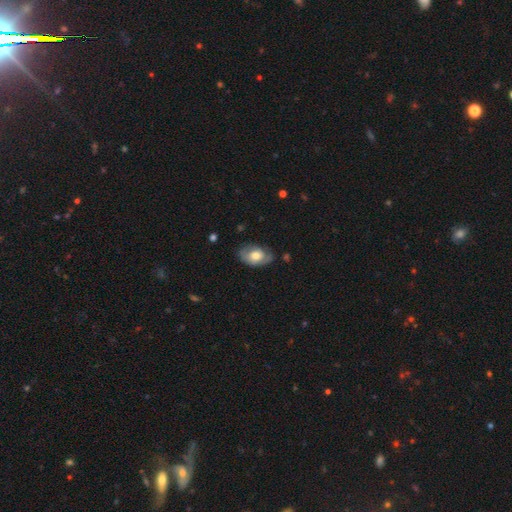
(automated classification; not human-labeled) A smooth galaxy with no disk features (57%) that is in between round and cigar-shaped (86%).

Vote fractions:
- Smooth or featured? smooth: 57% / featured or disk: 36% / star or artifact: 7%
- How rounded? in between: 86% / round: 13% / cigar-shaped: 1%
- Merging? none: 65% / minor disturbance: 26% / major disturbance: 8% / merger: 2%